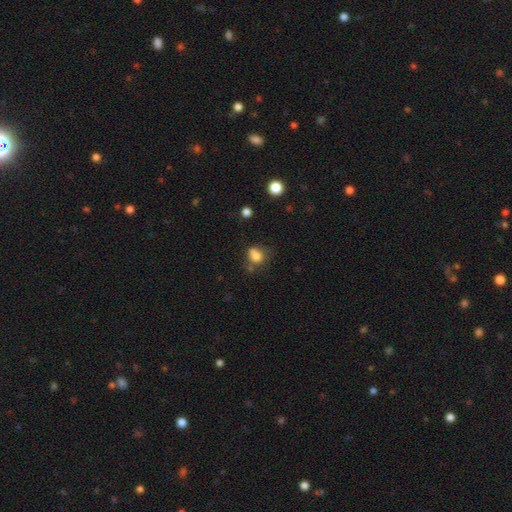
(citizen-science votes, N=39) Volunteers were most divided on "merging" (2-way tie): none: 36%, merger: 36%, minor disturbance: 17%, major disturbance: 11%. More confident: smooth or featured — smooth (87%); how rounded — round (68%).